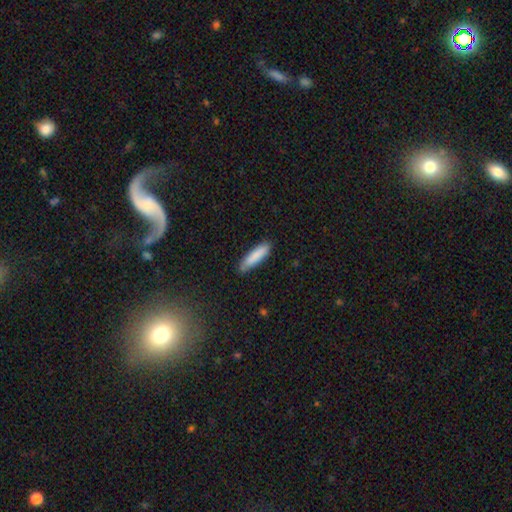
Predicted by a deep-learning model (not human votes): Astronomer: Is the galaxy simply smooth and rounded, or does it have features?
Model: smooth — 86%.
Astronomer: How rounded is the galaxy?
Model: cigar-shaped — 76%.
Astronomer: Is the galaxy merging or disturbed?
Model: none — 83%.